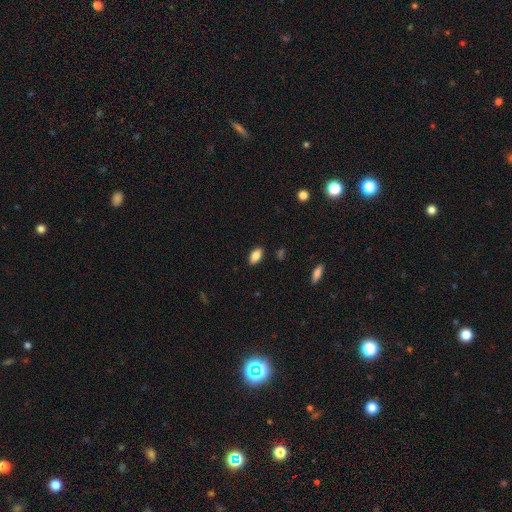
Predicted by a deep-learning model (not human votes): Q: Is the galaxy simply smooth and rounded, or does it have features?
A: smooth — 84%.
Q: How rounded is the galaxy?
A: in between — 91%.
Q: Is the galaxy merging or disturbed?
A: none — 87%.